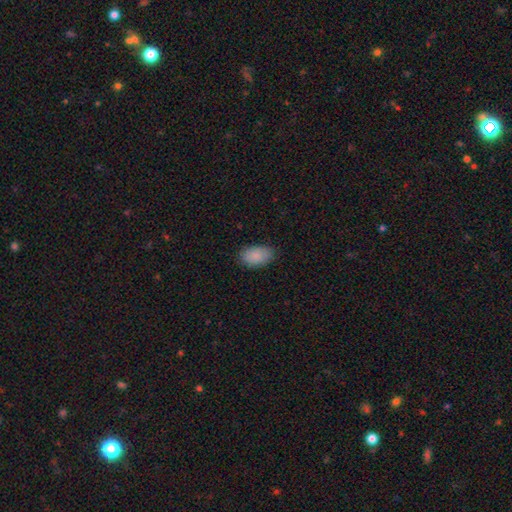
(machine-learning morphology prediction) This is clearly a smooth galaxy (89%). How rounded: clearly in between (92%). Merging: clearly none (83%).